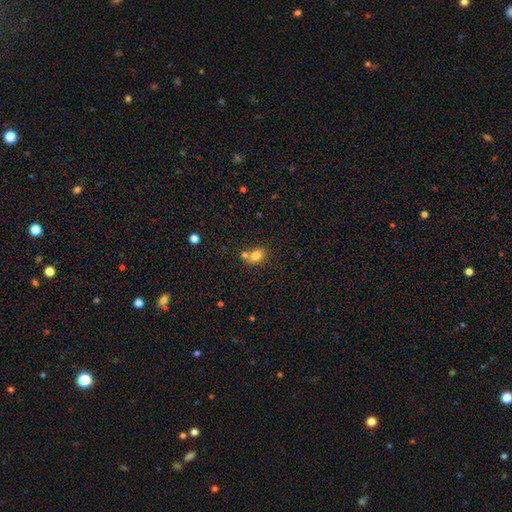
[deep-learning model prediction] smooth_or_featured: smooth (p=0.78) [alt: star or artifact p=0.11]
how_rounded: in between (p=0.57) [alt: round p=0.42]
merging: none (p=0.49) [alt: merger p=0.36]